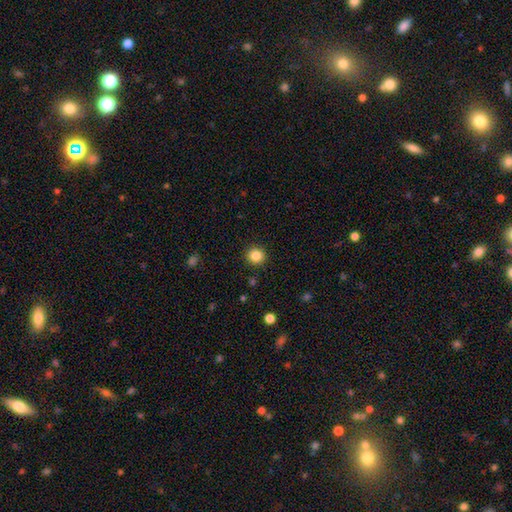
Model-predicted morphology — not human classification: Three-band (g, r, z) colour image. It shows a smooth galaxy with no disk features (85%) that is round (92%). Merging: none (92%).